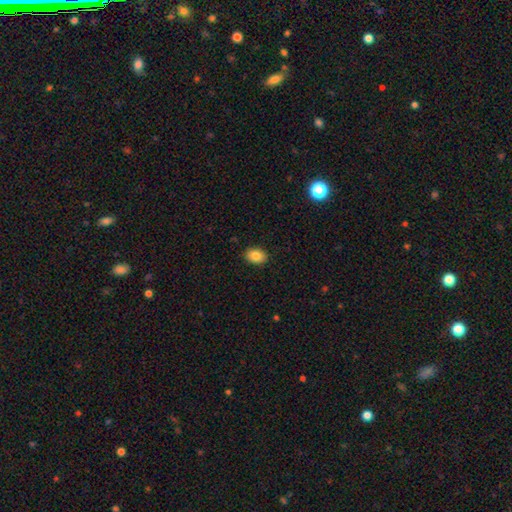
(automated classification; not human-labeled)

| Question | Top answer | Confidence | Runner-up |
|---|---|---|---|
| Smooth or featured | smooth | 85% | star or artifact (8%) |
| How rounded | in between | 74% | round (25%) |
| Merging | none | 90% | minor disturbance (8%) |